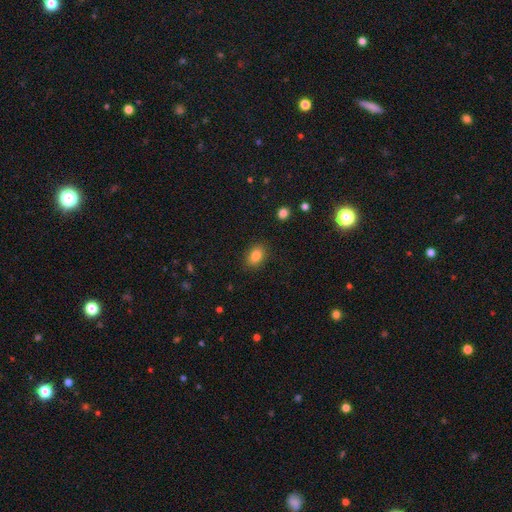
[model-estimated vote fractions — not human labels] smooth 84%, star or artifact 10%, featured or disk 6%. Down the decision tree: how rounded — in between (78%); merging — none (86%).